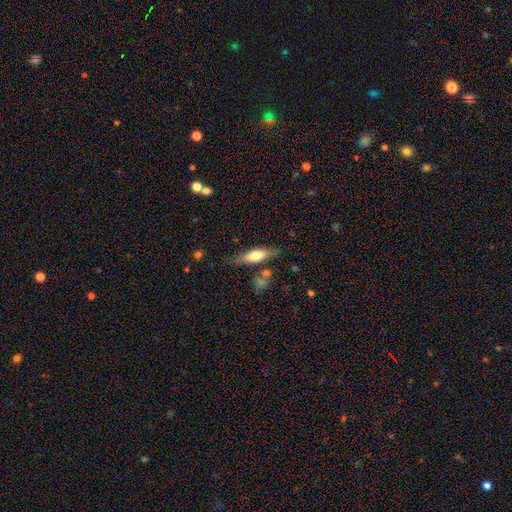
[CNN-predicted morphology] Smooth or featured? Predicted: smooth (p=0.55). How rounded? Predicted: cigar-shaped (p=0.52). Merging? Predicted: none (p=0.70).